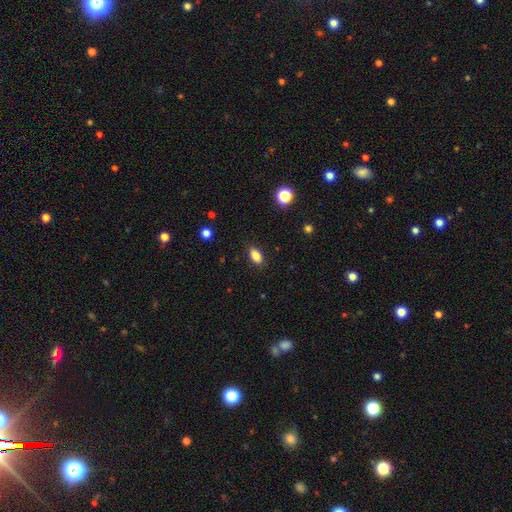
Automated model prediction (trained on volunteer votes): The model was most divided on "smooth or featured": smooth: 85%, star or artifact: 9%, featured or disk: 6%. More confident: how rounded — in between (90%); merging — none (87%).